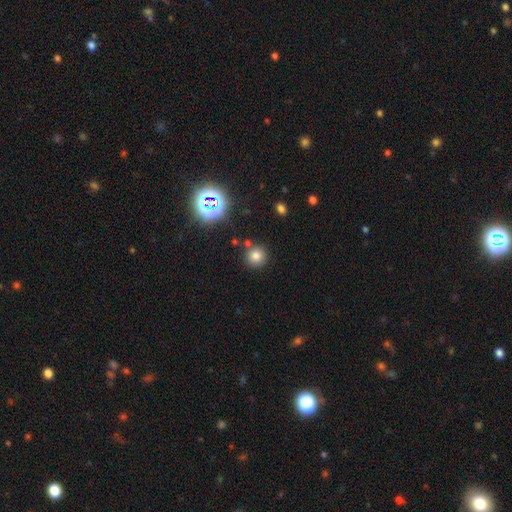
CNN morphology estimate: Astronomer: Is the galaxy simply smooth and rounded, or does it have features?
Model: smooth — 74%.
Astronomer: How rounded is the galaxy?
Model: round — 93%.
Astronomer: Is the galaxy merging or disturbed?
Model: none — 81%.